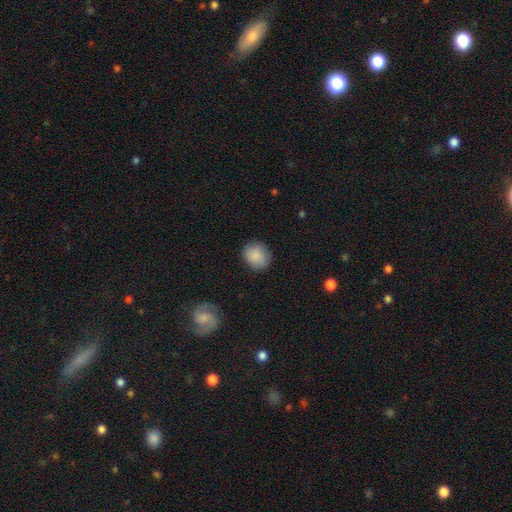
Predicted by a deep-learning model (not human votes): Smooth or featured: smooth — 87% (star or artifact — 7%)
How rounded: round — 76% (in between — 23%)
Merging: none — 85% (minor disturbance — 11%)